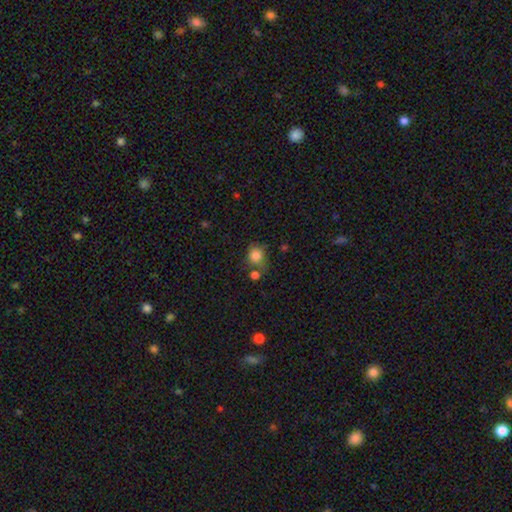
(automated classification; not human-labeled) The model was most divided on "merging": none: 57%, merger: 18%, minor disturbance: 18%, major disturbance: 7%. More confident: smooth or featured — smooth (82%); how rounded — round (78%).